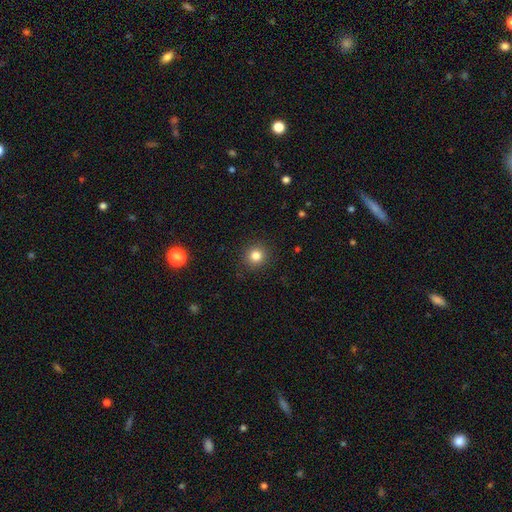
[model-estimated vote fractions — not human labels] Q: Smooth or featured?
A: smooth (82%); runner-up: star or artifact (12%)
Q: How rounded?
A: round (90%); runner-up: in between (9%)
Q: Merging?
A: none (91%); runner-up: minor disturbance (6%)